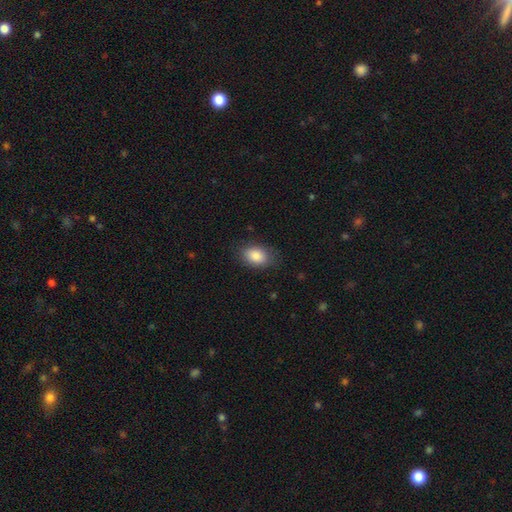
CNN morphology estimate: Smooth or featured? Predicted: smooth (p=0.86). How rounded? Predicted: in between (p=0.84). Merging? Predicted: none (p=0.81).